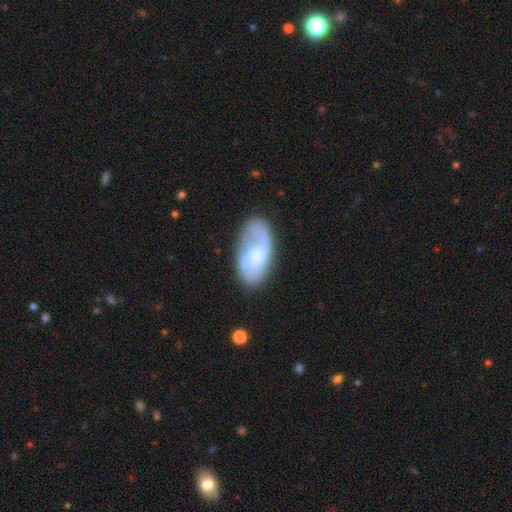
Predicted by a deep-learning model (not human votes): featured or disk 64%, smooth 29%, star or artifact 6%. Down the decision tree: edge-on disk — no (95%); bar — no (59%); spiral arms — yes (83%); spiral arm count — 2 (62%); spiral winding — medium (44%); bulge size — moderate (33%); merging — none (67%).